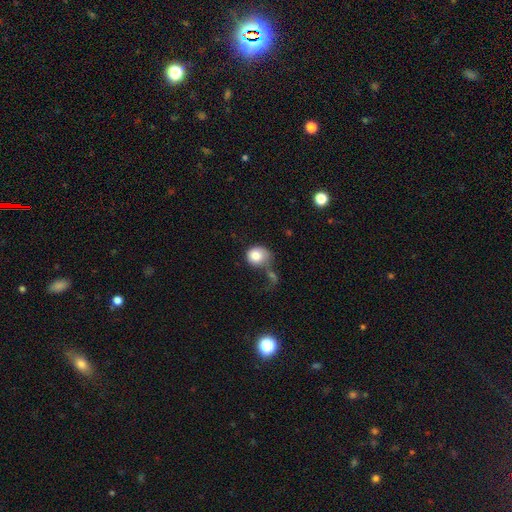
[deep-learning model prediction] Overall: smooth (82%). How rounded: round (78%). Merging: none (31%; major disturbance 27%).